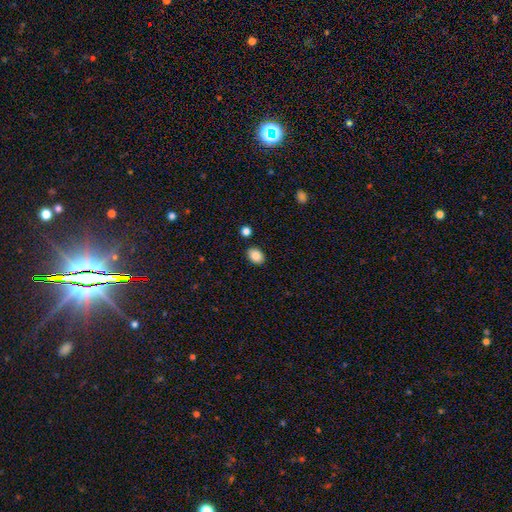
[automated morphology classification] type=smooth (87%); roundness=in between (76%); merging=none (86%).